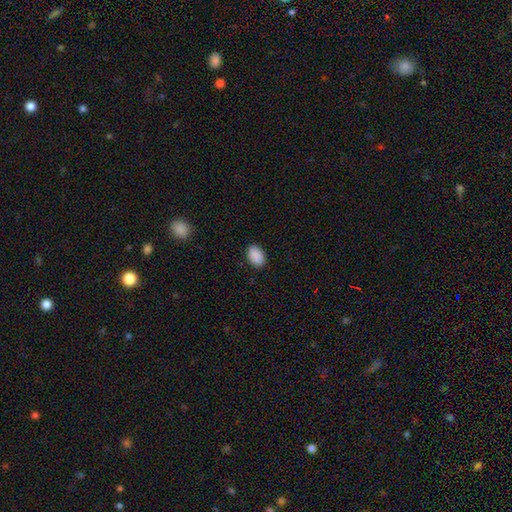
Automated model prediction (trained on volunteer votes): Smooth or featured: smooth — 90% (star or artifact — 8%)
How rounded: in between — 86% (round — 13%)
Merging: none — 88% (minor disturbance — 9%)